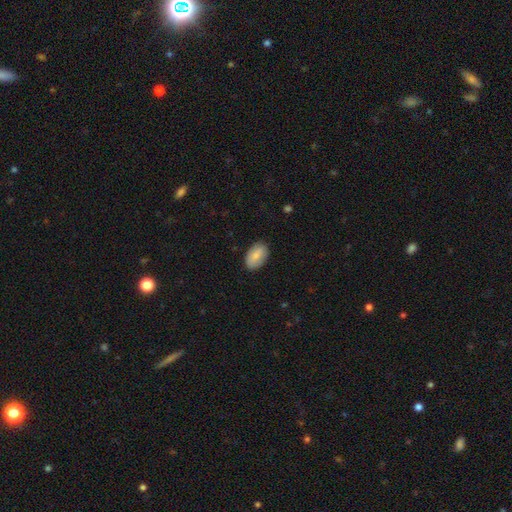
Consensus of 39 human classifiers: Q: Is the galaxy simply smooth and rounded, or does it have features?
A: smooth — 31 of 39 (79%).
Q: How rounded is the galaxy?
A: in between — 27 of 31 (87%).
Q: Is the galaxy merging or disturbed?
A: none — 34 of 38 (89%).